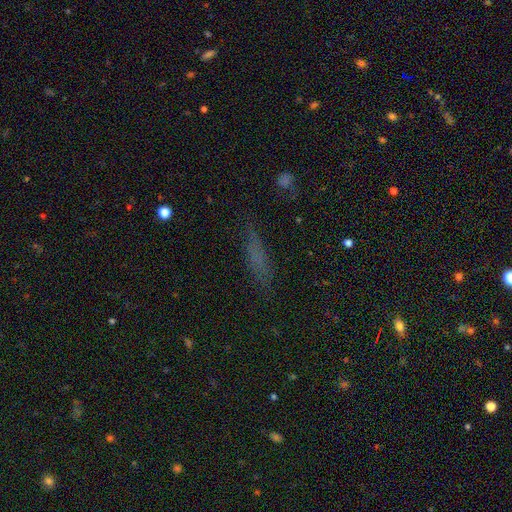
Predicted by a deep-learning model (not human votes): Smooth or featured? Predicted: smooth (p=0.53). How rounded? Predicted: cigar-shaped (p=0.75). Merging? Predicted: none (p=0.81).